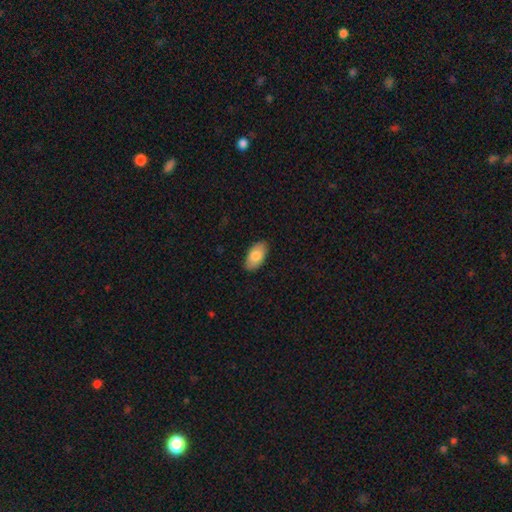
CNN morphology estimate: smooth-or-featured: smooth: 83% | featured or disk: 11% | star or artifact: 6%
  how-rounded: in between: 95% | round: 3% | cigar-shaped: 2%
  merging: none: 87% | minor disturbance: 10% | major disturbance: 2% | merger: 1%